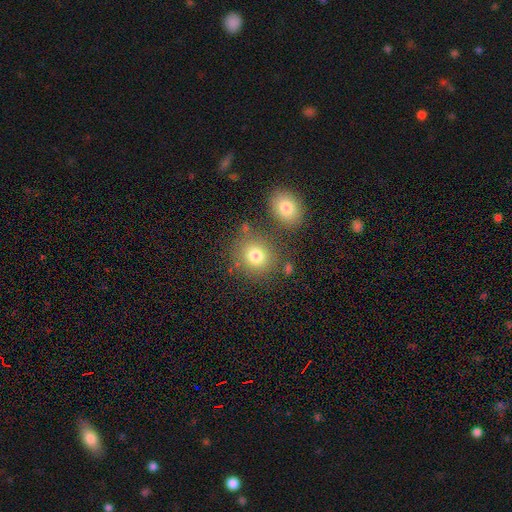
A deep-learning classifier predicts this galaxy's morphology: type=smooth (78%); roundness=round (81%); merging=none (74%).